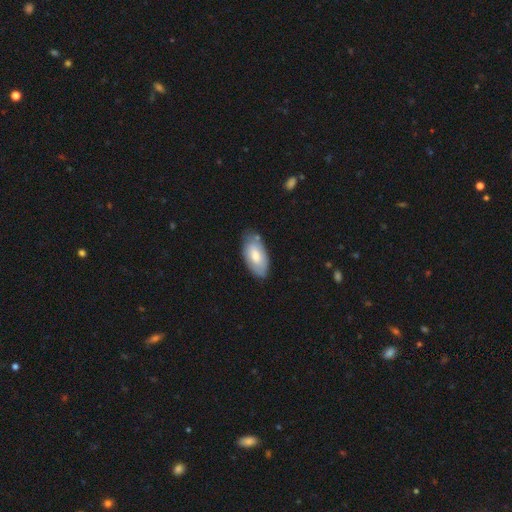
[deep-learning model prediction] A smooth galaxy with no disk features (64%) that is in between round and cigar-shaped (94%).

Vote fractions:
- Smooth or featured? smooth: 64% / featured or disk: 31% / star or artifact: 5%
- How rounded? in between: 94% / cigar-shaped: 4% / round: 2%
- Merging? none: 70% / minor disturbance: 23% / major disturbance: 4% / merger: 3%